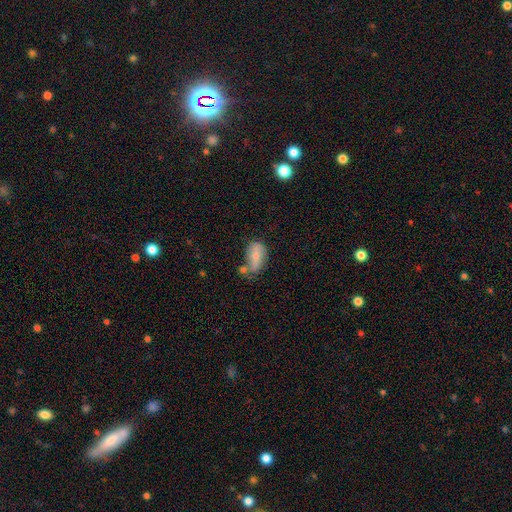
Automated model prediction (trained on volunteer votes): smooth_or_featured: smooth (p=0.59) [alt: featured or disk p=0.32]
how_rounded: in between (p=0.88) [alt: round p=0.08]
merging: none (p=0.38) [alt: minor disturbance p=0.28]